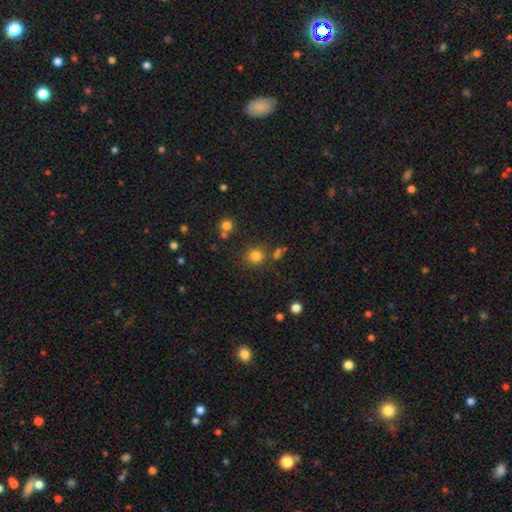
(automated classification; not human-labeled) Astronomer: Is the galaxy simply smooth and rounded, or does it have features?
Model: smooth — 80%.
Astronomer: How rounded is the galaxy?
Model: round — 88%.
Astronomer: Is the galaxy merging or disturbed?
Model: none — 79%.